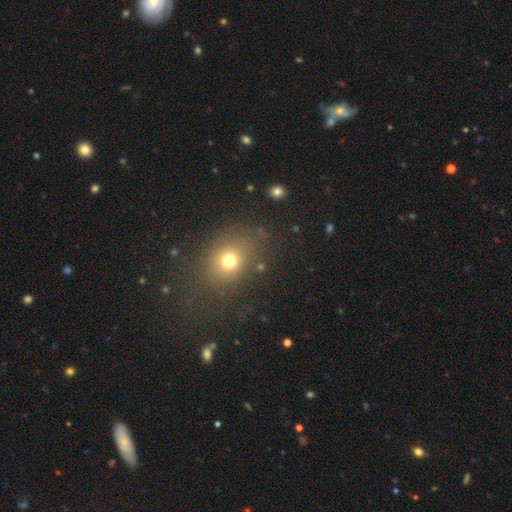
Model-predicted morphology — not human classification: Smooth or featured?
  - smooth: 59% *
  - star or artifact: 32%
  - featured or disk: 10%
How rounded?
  - round: 55% *
  - in between: 43%
  - cigar-shaped: 2%
Merging?
  - none: 83% *
  - minor disturbance: 10%
  - major disturbance: 4%
  - merger: 2%